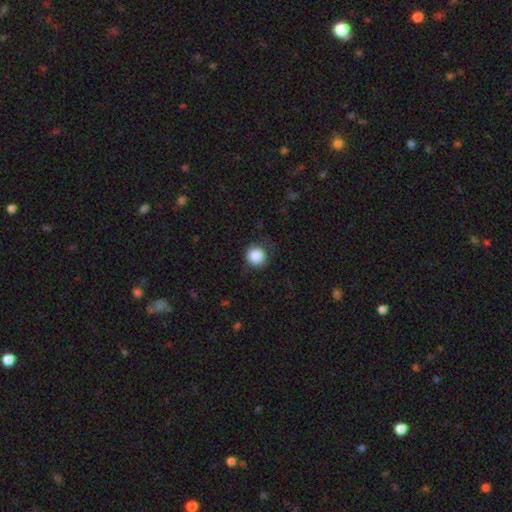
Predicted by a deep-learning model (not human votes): Smooth or featured? smooth (87%)
How rounded? round (93%)
Merging? none (80%)